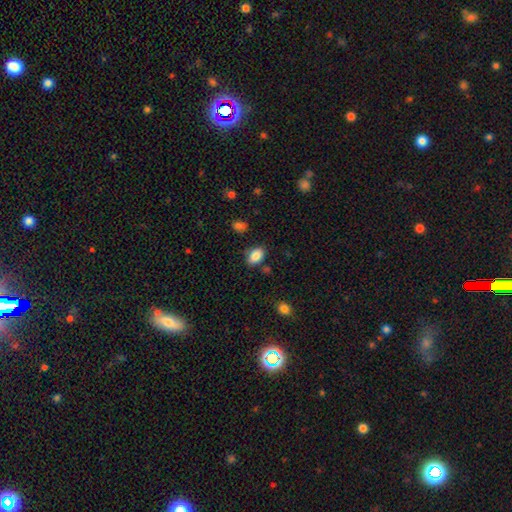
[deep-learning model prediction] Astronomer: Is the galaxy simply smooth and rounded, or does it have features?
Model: smooth — 86%.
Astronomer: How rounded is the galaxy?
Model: in between — 90%.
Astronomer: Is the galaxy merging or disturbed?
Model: none — 81%.